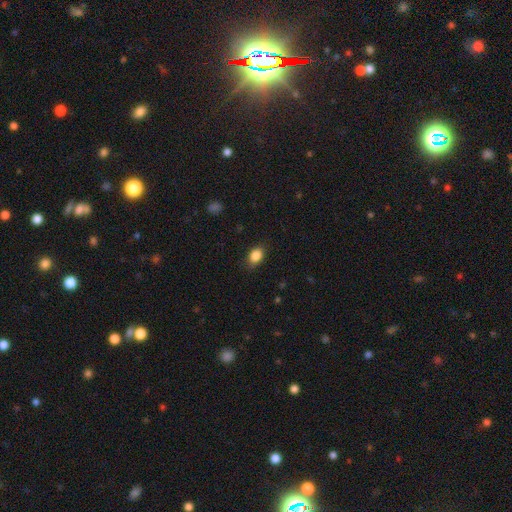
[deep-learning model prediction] Q: Smooth or featured?
A: smooth (87%); runner-up: star or artifact (9%)
Q: How rounded?
A: in between (78%); runner-up: round (21%)
Q: Merging?
A: none (80%); runner-up: minor disturbance (15%)